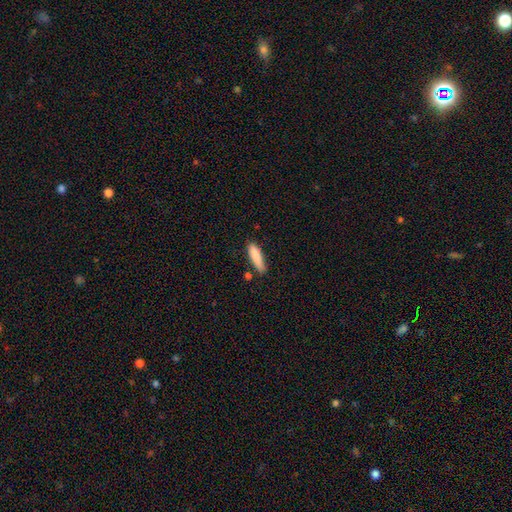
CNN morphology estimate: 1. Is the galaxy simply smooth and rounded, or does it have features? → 85% smooth, 8% featured or disk, 6% star or artifact.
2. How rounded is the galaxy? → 65% cigar-shaped, 33% in between, 2% round.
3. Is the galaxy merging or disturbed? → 74% none, 18% minor disturbance, 5% merger, 3% major disturbance.